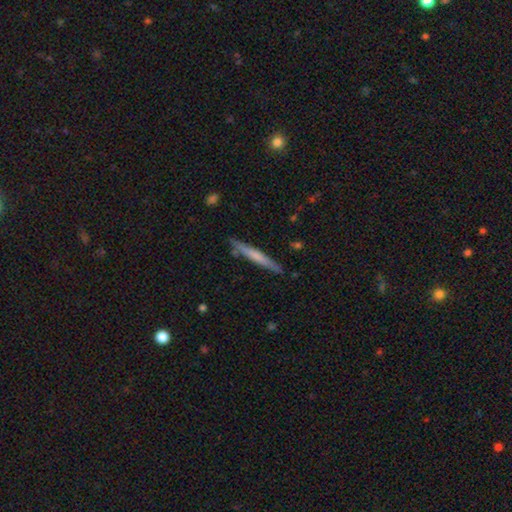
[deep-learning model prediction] Smooth or featured?
  - smooth: 53% *
  - featured or disk: 42%
  - star or artifact: 5%
How rounded?
  - cigar-shaped: 96% *
  - in between: 3%
  - round: 1%
Merging?
  - none: 86% *
  - minor disturbance: 10%
  - merger: 2%
  - major disturbance: 2%